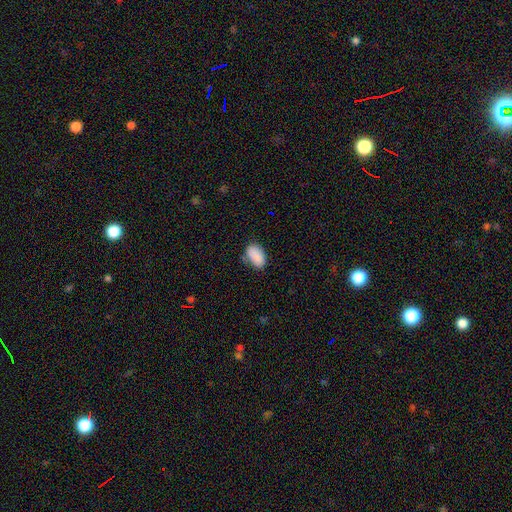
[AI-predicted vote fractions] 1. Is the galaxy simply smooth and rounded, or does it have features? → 88% smooth, 8% star or artifact, 5% featured or disk.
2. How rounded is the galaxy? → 91% in between, 7% round, 1% cigar-shaped.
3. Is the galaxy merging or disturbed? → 69% none, 22% minor disturbance, 5% major disturbance, 4% merger.